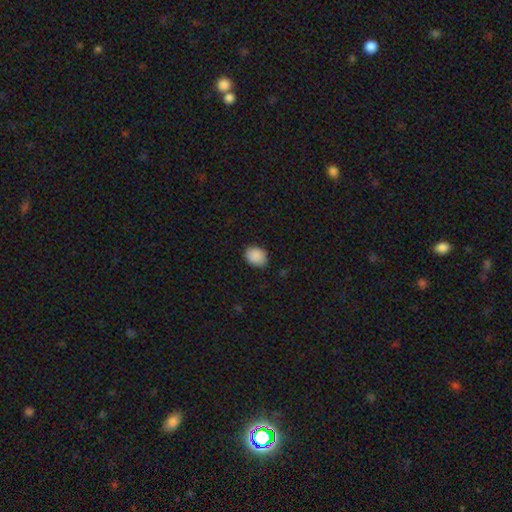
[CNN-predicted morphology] smooth-or-featured: smooth: 89% | star or artifact: 8% | featured or disk: 3%
  how-rounded: in between: 52% | round: 48% | cigar-shaped: 1%
  merging: none: 82% | minor disturbance: 14% | major disturbance: 3% | merger: 1%